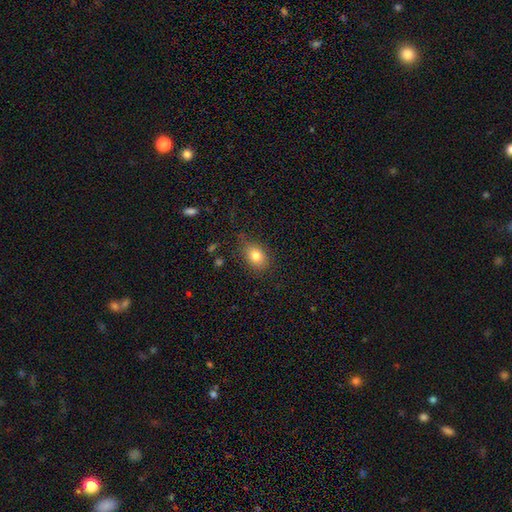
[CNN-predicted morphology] Smooth or featured? smooth (81%)
How rounded? in between (70%)
Merging? none (76%)